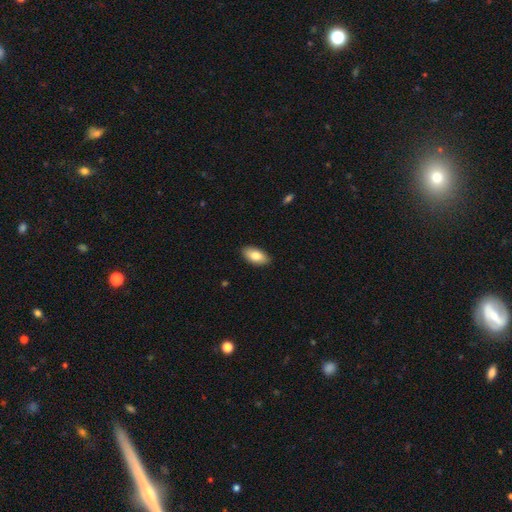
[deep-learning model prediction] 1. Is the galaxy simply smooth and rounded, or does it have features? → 81% smooth, 13% featured or disk, 6% star or artifact.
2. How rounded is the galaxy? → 93% in between, 4% cigar-shaped, 3% round.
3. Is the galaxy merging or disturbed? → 89% none, 9% minor disturbance, 2% major disturbance, 1% merger.